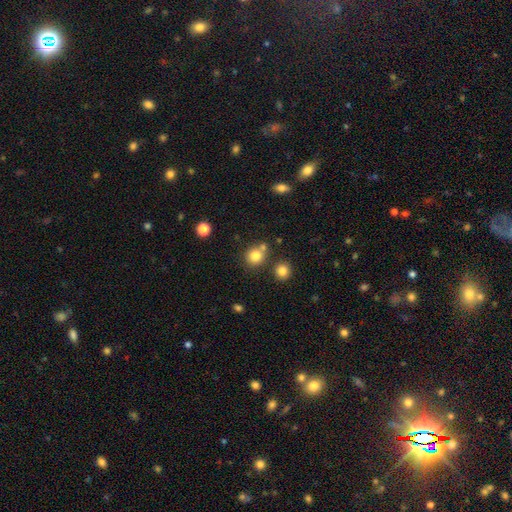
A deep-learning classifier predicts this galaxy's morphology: Smooth or featured: smooth — 81% (star or artifact — 12%)
How rounded: round — 84% (in between — 15%)
Merging: none — 67% (merger — 20%)